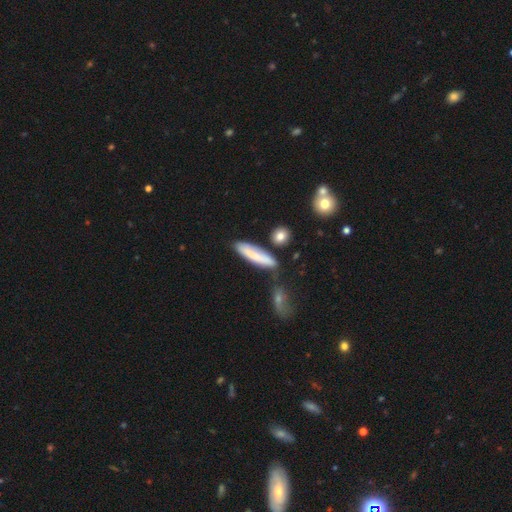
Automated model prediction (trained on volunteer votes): smooth-or-featured: smooth: 66% | featured or disk: 27% | star or artifact: 7%
  how-rounded: cigar-shaped: 74% | in between: 23% | round: 2%
  merging: none: 66% | minor disturbance: 18% | merger: 12% | major disturbance: 5%